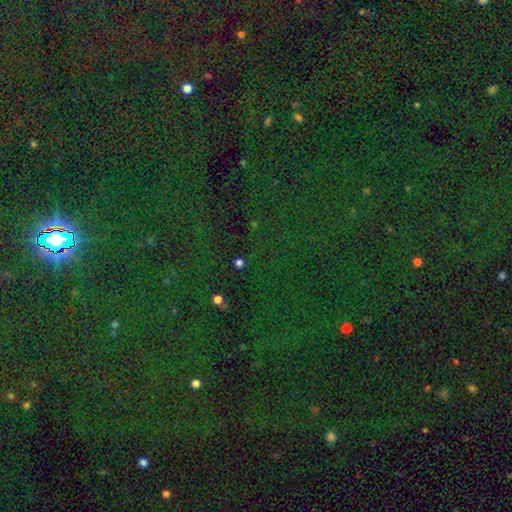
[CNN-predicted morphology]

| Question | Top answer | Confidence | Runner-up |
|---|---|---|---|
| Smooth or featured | star or artifact | 84% | smooth (10%) |